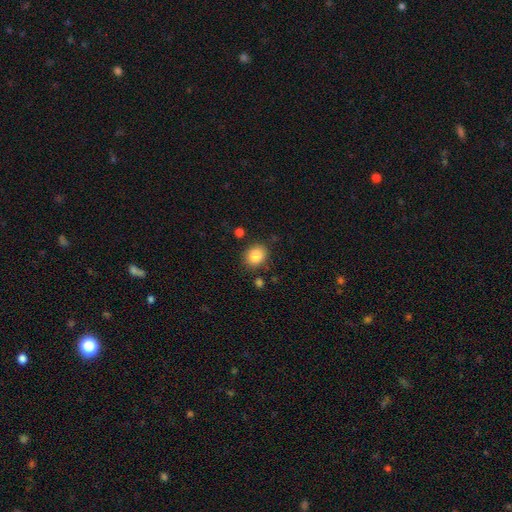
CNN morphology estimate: Overall: smooth (86%). How rounded: round (63%; in between 37%). Merging: none (82%).